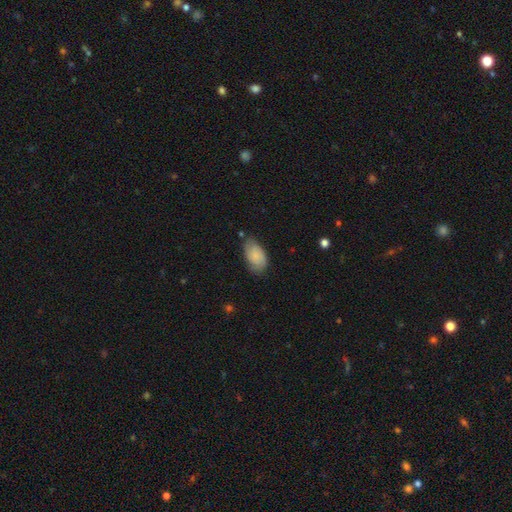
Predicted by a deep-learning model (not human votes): Smooth or featured: smooth — 78% (featured or disk — 16%)
How rounded: in between — 94% (round — 4%)
Merging: none — 61% (minor disturbance — 30%)